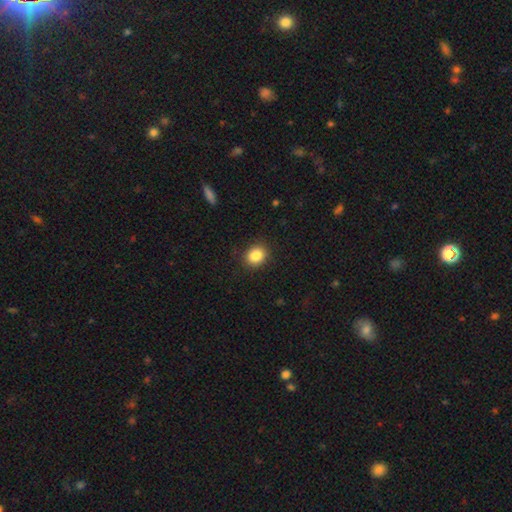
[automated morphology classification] A smooth galaxy with no disk features (86%) that is round (65%). Merging: none (88%).